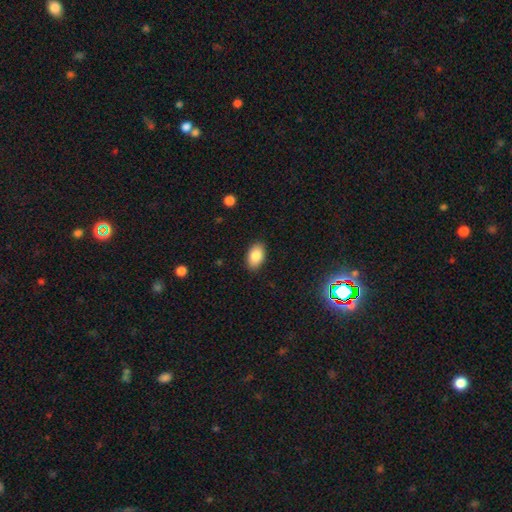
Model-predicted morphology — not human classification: Smooth or featured? smooth (86%)
How rounded? in between (92%)
Merging? none (88%)